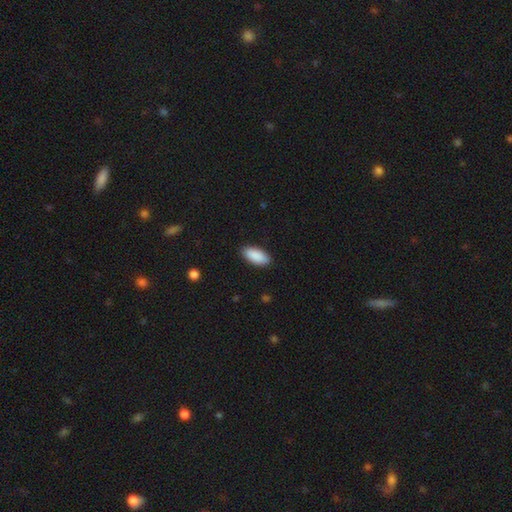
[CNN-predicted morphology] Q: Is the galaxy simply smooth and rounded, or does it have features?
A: smooth — 91%.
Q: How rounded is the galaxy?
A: in between — 89%.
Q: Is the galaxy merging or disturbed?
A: none — 89%.